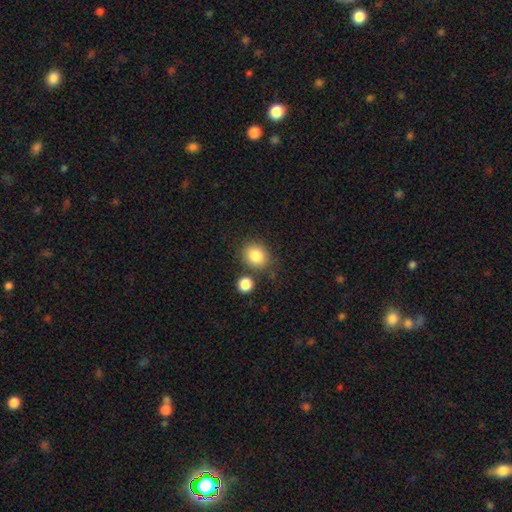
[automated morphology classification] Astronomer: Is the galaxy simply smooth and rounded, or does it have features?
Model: smooth — 84%.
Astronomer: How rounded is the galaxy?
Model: round — 69%.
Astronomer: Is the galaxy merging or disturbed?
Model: none — 75%.